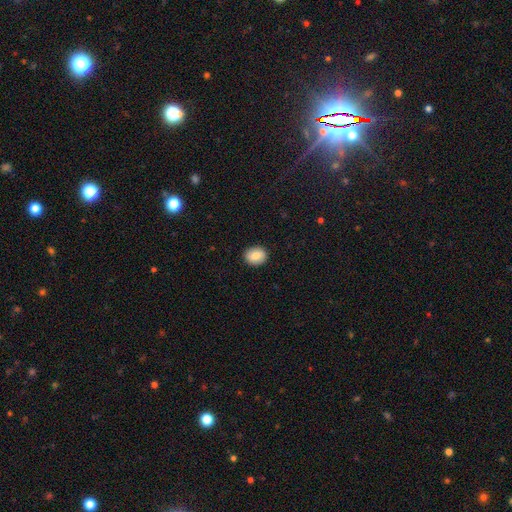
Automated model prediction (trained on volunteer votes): Smooth or featured? smooth (82%)
How rounded? round (58%)
Merging? none (90%)